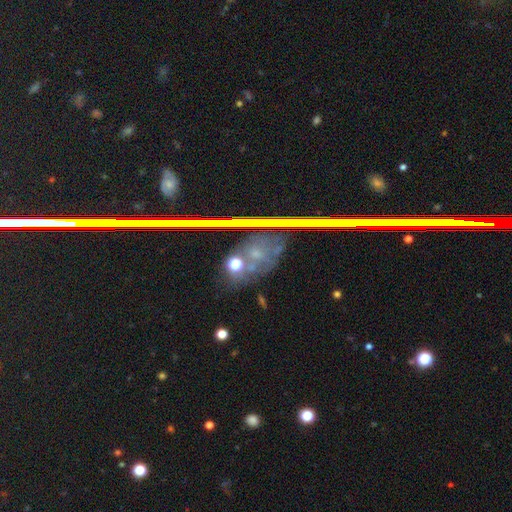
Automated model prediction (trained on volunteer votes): star or artifact 52%, smooth 24%, featured or disk 23%.